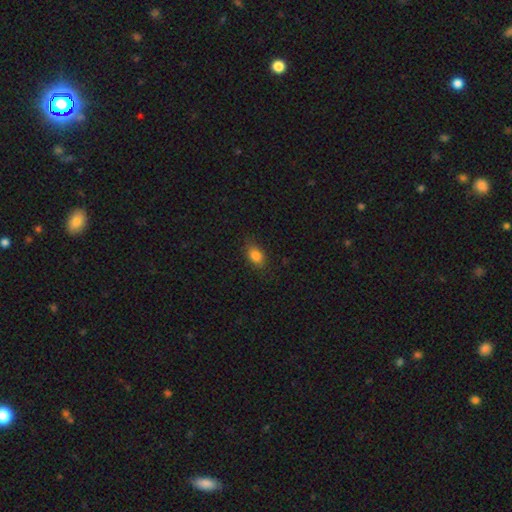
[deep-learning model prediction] The model was most divided on "how rounded": in between: 81%, round: 17%, cigar-shaped: 2%. More confident: smooth or featured — smooth (84%); merging — none (83%).